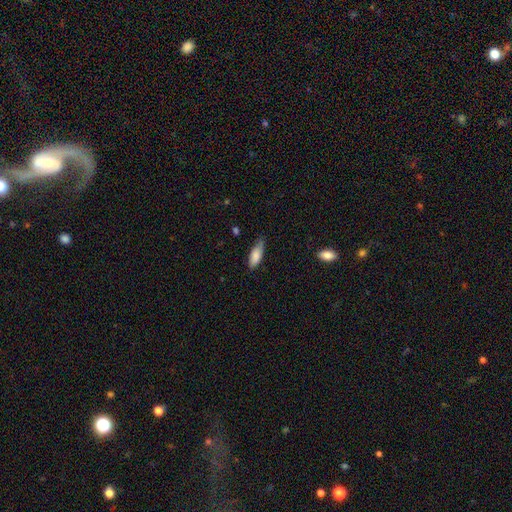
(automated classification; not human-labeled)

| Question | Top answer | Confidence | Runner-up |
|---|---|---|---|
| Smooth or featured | smooth | 84% | featured or disk (10%) |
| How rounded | in between | 68% | cigar-shaped (31%) |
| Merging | none | 66% | minor disturbance (28%) |